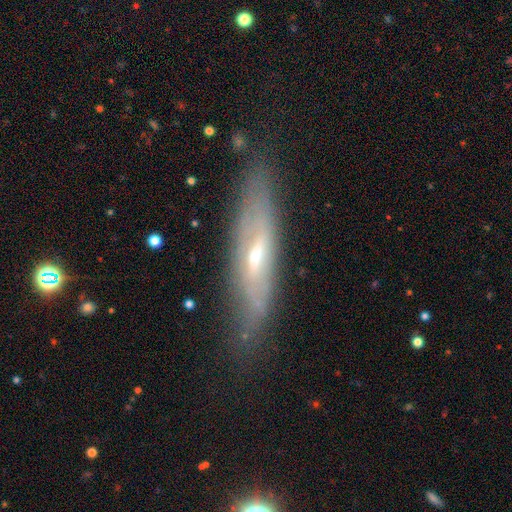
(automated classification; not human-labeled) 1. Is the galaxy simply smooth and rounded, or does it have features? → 66% featured or disk, 25% smooth, 9% star or artifact.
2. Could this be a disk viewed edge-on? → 67% yes, 33% no.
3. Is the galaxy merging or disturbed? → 78% none, 16% minor disturbance, 4% major disturbance, 2% merger.